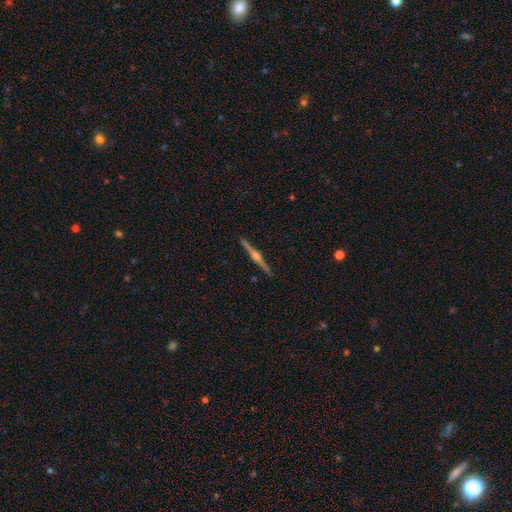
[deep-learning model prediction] smooth-or-featured: featured or disk: 84% | smooth: 11% | star or artifact: 5%
  disk-edge-on: yes: 99% | no: 1%
    edge-on-bulge: rounded: 89% | boxy: 7% | none: 4%
  merging: none: 92% | minor disturbance: 5% | major disturbance: 1% | merger: 1%